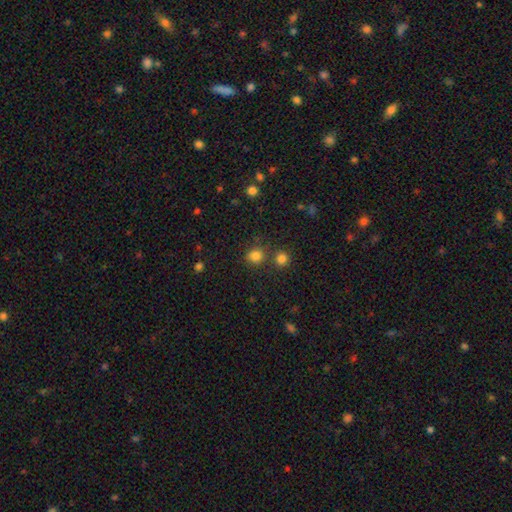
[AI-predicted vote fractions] This is clearly a smooth galaxy (81%). How rounded: clearly round (82%). Merging: likely none (74%).